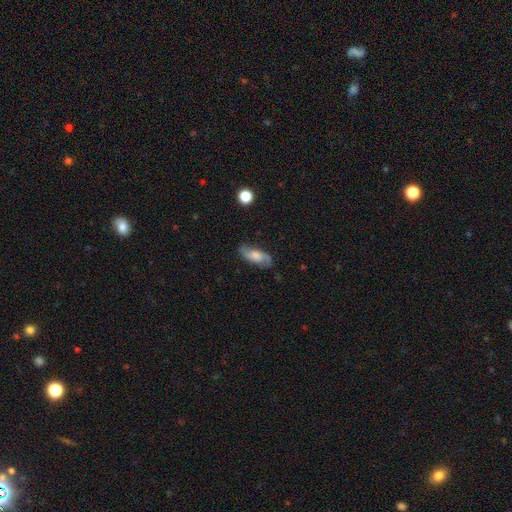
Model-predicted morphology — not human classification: type=featured or disk (59%); edge-on=no (88%); bar=no (59%); spiral arms=yes (91%); bulge=moderate (34%); merging=none (78%).